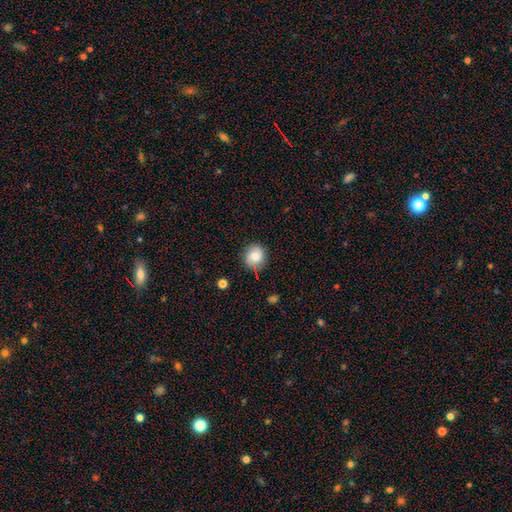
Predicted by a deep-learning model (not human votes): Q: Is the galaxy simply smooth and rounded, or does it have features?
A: smooth — 81%.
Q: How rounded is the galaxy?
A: round — 83%.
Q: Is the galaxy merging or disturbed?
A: none — 80%.